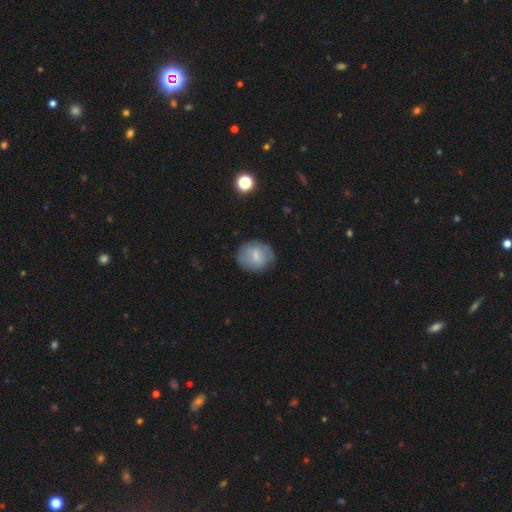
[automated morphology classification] This appears to be a smooth galaxy with no disk features (65%) that is round (75%). Merging: none (70%).